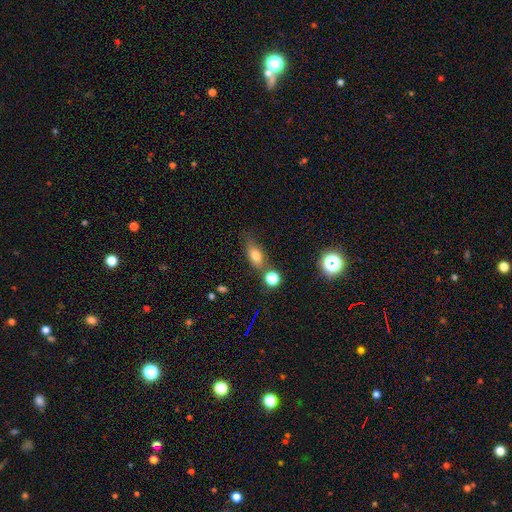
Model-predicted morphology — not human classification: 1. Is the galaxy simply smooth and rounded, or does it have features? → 72% smooth, 14% featured or disk, 14% star or artifact.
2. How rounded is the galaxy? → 74% in between, 13% round, 13% cigar-shaped.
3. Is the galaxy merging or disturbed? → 62% none, 17% minor disturbance, 16% merger, 6% major disturbance.